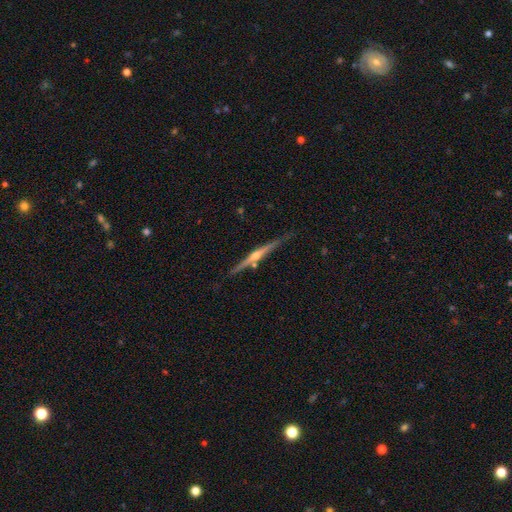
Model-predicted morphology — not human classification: Smooth or featured? Predicted: featured or disk (p=0.81). Edge-on disk? Predicted: yes (p=0.98). Edge-on bulge? Predicted: rounded (p=0.89). Merging? Predicted: none (p=0.80).